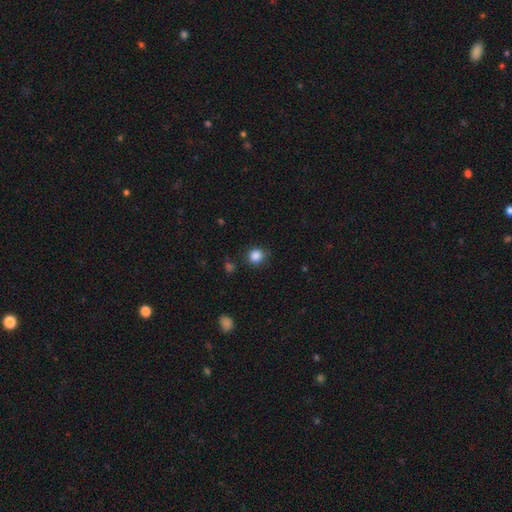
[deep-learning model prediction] Smooth or featured: smooth — 86% (star or artifact — 11%)
How rounded: round — 88% (in between — 11%)
Merging: none — 85% (minor disturbance — 10%)